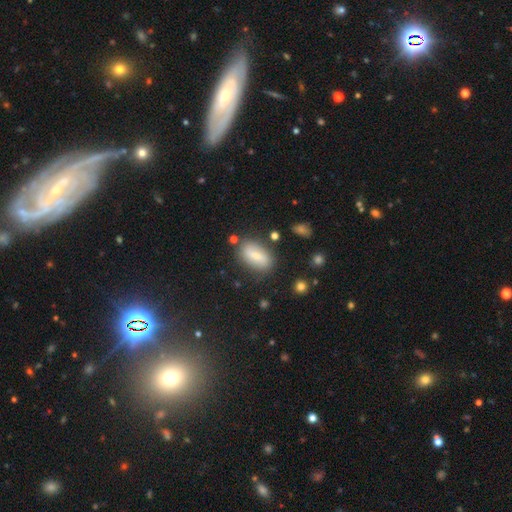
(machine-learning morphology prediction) smooth_or_featured: smooth (p=0.65) [alt: featured or disk p=0.27]
how_rounded: in between (p=0.85) [alt: cigar-shaped p=0.09]
merging: none (p=0.78) [alt: minor disturbance p=0.14]